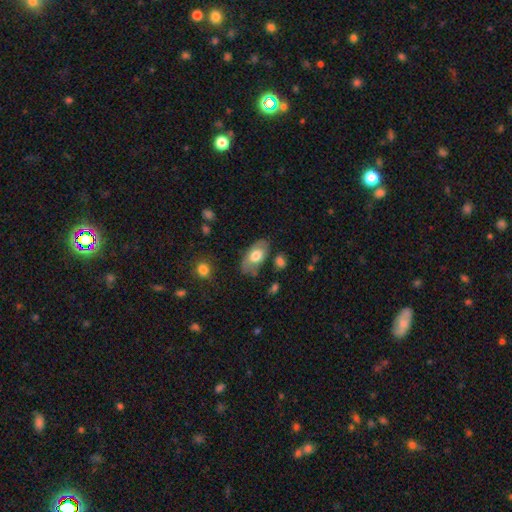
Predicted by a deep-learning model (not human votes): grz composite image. It shows a smooth galaxy with no disk features (65%) that is in between round and cigar-shaped (93%). Merging: none (70%).